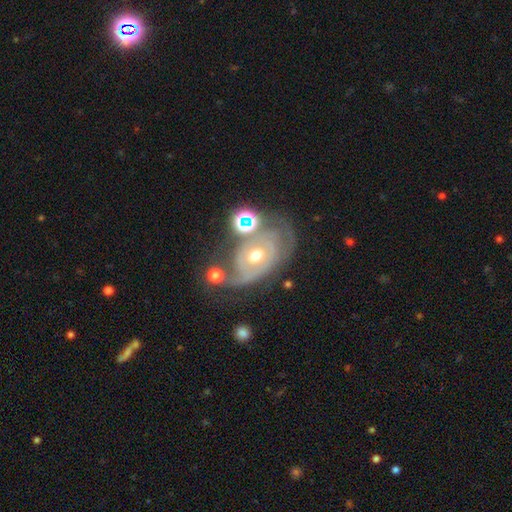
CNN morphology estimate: This appears to be a featured or disk galaxy (79%) with no bar (74%), 2 (39%) tight (62%) spiral arms (77%) and a moderate central bulge (69%). Merging: none (44%).